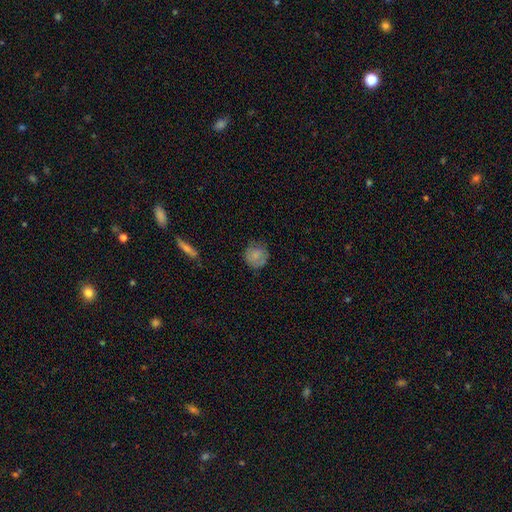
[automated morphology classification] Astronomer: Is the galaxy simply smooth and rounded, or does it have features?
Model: smooth — 77%.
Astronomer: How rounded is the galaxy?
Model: round — 87%.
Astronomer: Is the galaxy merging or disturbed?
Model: none — 72%.